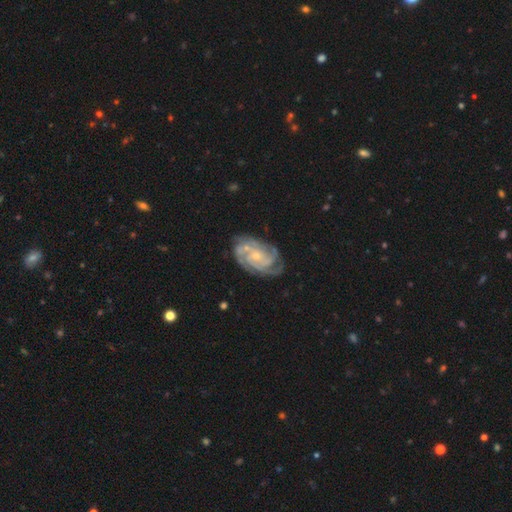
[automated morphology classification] smooth-or-featured: featured or disk: 87% | smooth: 8% | star or artifact: 5%
  disk-edge-on: no: 97% | yes: 3%
    bar: no: 69% | weak: 26% | strong: 6%
    has-spiral-arms: yes: 97% | no: 3%
      spiral-winding: tight: 68% | medium: 26% | loose: 5%
      spiral-arm-count: can't tell: 26% | 3: 25% | 4: 22% | 2: 14% | more than 4: 7% | 1: 6%
    bulge-size: small: 64% | moderate: 29% | none: 4% | large: 2% | dominant: 1%
  merging: none: 70% | minor disturbance: 19% | major disturbance: 8% | merger: 3%